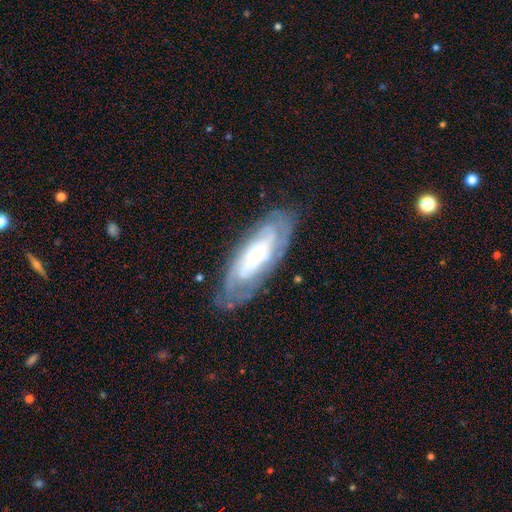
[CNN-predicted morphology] Smooth or featured? featured or disk (68%)
Edge-on disk? no (82%)
Bar? no (66%)
Spiral arms? yes (84%)
Bulge size? small (54%)
Merging? none (74%)